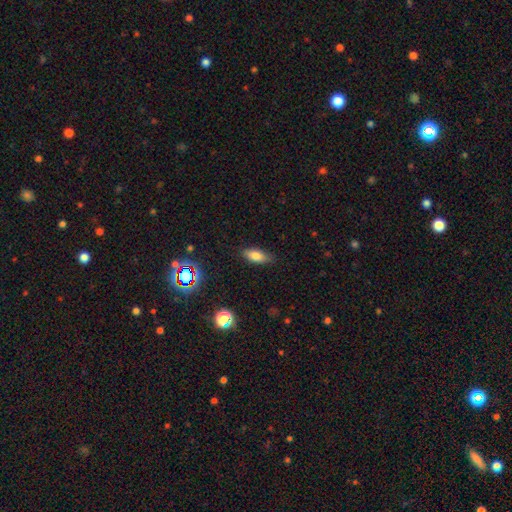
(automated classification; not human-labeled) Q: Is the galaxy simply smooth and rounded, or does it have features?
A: smooth — 76%.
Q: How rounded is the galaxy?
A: in between — 80%.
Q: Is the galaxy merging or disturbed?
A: none — 84%.